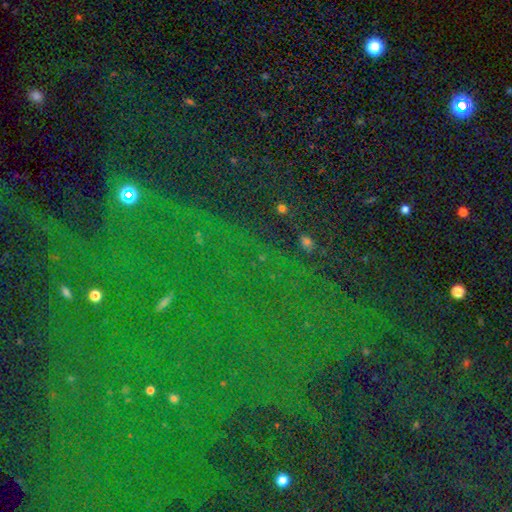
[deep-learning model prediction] star or artifact 83%, smooth 9%, featured or disk 7%.